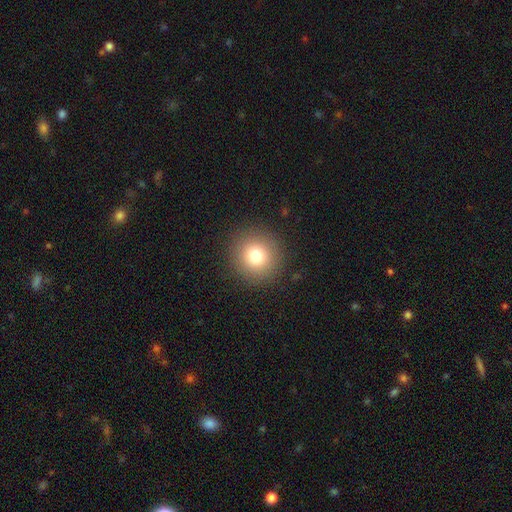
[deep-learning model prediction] Smooth or featured?
  - smooth: 79% *
  - star or artifact: 12%
  - featured or disk: 9%
How rounded?
  - round: 95% *
  - in between: 4%
  - cigar-shaped: 1%
Merging?
  - none: 91% *
  - minor disturbance: 6%
  - major disturbance: 3%
  - merger: 1%